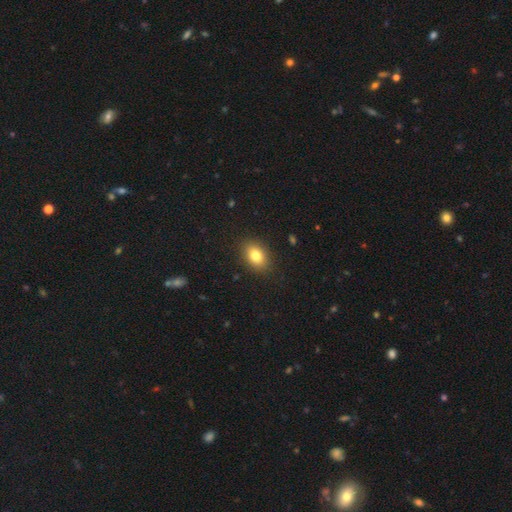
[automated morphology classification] Smooth or featured? smooth (81%)
How rounded? in between (74%)
Merging? none (88%)